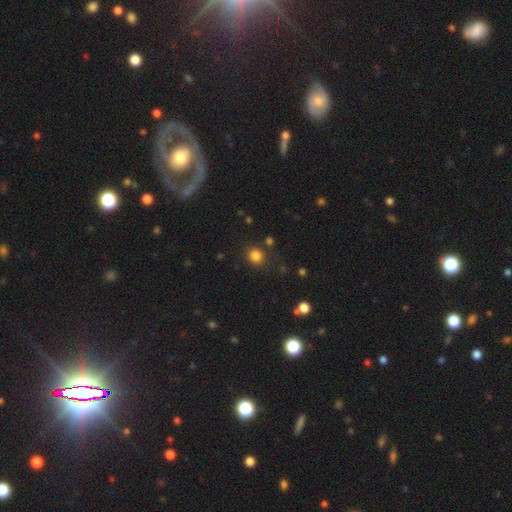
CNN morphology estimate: A smooth galaxy with no disk features (82%) that is round (81%). Merging: none (82%).